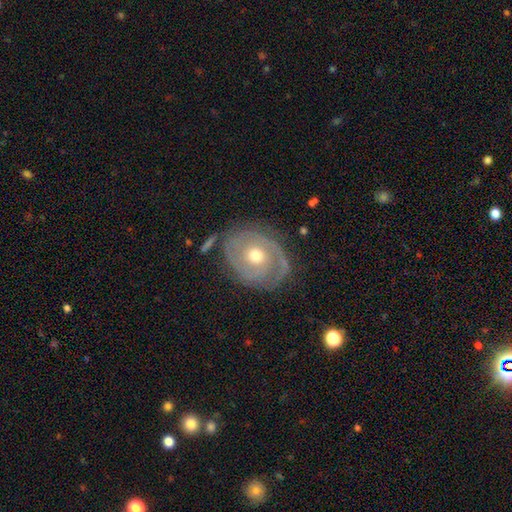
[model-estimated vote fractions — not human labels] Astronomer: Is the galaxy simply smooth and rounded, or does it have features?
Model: featured or disk — 77%.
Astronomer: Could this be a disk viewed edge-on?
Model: no — 96%.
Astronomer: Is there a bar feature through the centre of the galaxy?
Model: no — 78%.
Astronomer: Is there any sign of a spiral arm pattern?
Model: yes — 79%.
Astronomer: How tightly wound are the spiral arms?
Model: tight — 66%.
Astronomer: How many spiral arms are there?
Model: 2 — 47% (runner-up: can't tell, 26%).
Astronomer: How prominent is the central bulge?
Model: moderate — 70%.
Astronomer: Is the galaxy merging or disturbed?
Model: none — 71%.